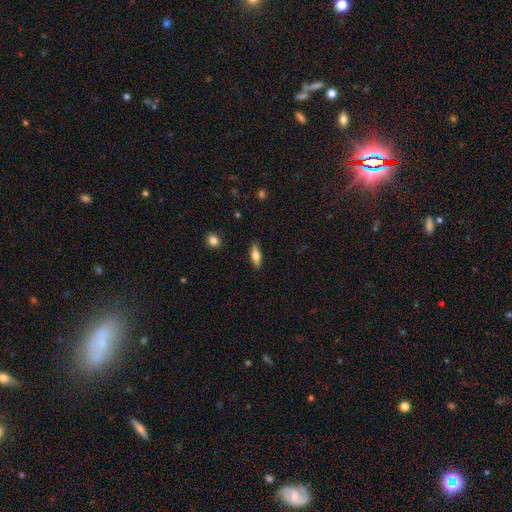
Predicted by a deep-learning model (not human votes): This appears to be a smooth galaxy with no disk features (65%) that is in between round and cigar-shaped (60%). Merging: none (87%).